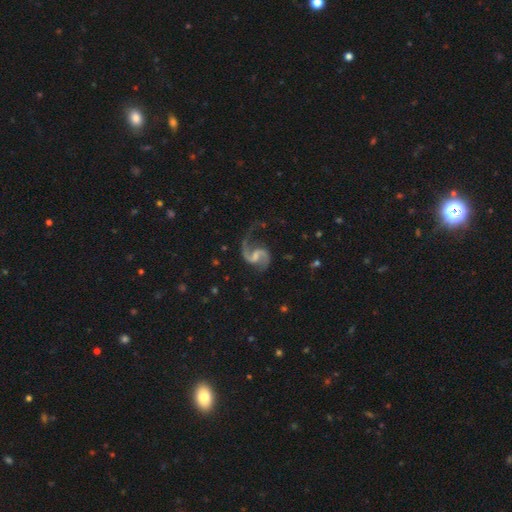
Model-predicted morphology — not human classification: A featured or disk galaxy (92%) with a weak bar (53%), 2 (91%) loose (51%) spiral arms (98%) and a small central bulge (35%).

Vote fractions:
- Smooth or featured? featured or disk: 92% / star or artifact: 4% / smooth: 4%
- Edge-on disk? no: 98% / yes: 2%
- Bar? weak: 53% / no: 29% / strong: 18%
- Spiral arms? yes: 98% / no: 2%
- Spiral winding? loose: 51% / medium: 42% / tight: 6%
- Spiral arm count? 2: 91% / 1: 5% / can't tell: 1% / 3: 1% / 4: 1% / more than 4: 1%
- Bulge size? small: 35% / none: 33% / moderate: 27% / large: 4% / dominant: 1%
- Merging? none: 65% / minor disturbance: 18% / major disturbance: 15% / merger: 2%